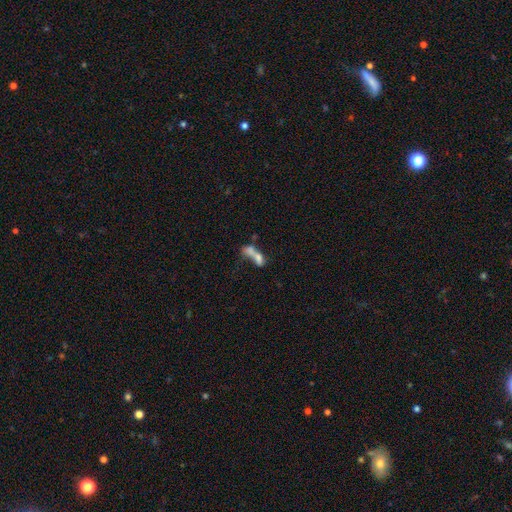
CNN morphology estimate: Q: Smooth or featured?
A: smooth (62%); runner-up: featured or disk (27%)
Q: How rounded?
A: in between (65%); runner-up: cigar-shaped (21%)
Q: Merging?
A: merger (71%); runner-up: none (14%)